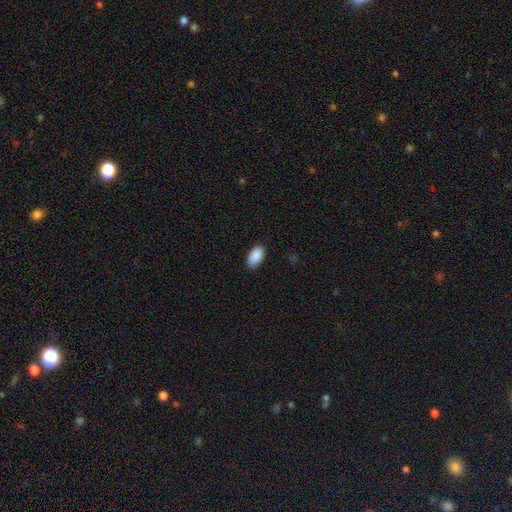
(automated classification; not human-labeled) smooth_or_featured: smooth (p=0.91) [alt: star or artifact p=0.07]
how_rounded: in between (p=0.95) [alt: round p=0.03]
merging: none (p=0.88) [alt: minor disturbance p=0.09]